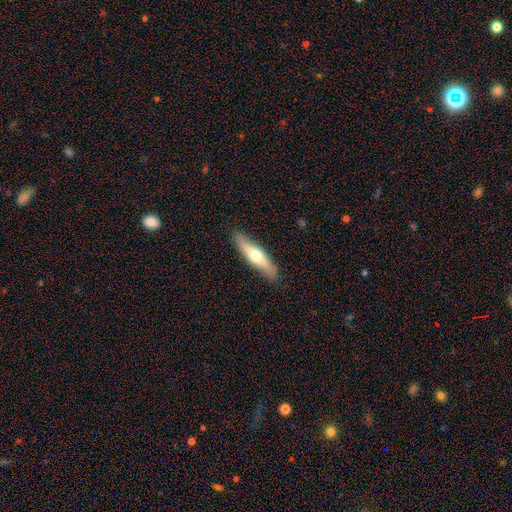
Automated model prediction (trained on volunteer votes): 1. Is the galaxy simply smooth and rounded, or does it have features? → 50% smooth, 44% featured or disk, 5% star or artifact.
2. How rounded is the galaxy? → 77% cigar-shaped, 22% in between, 2% round.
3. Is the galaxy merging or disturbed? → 86% none, 11% minor disturbance, 2% major disturbance, 1% merger.